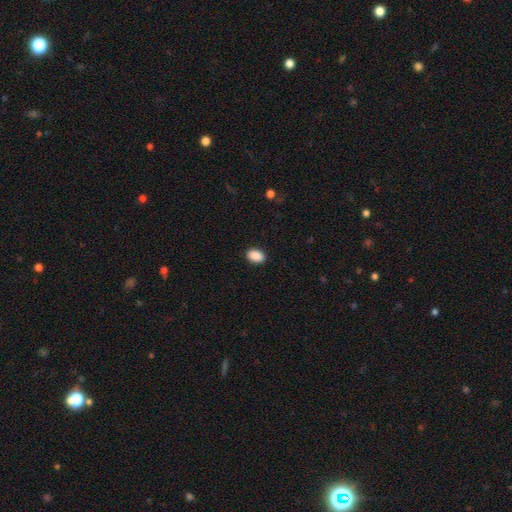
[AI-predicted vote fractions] Smooth or featured?
  - smooth: 90% *
  - star or artifact: 8%
  - featured or disk: 2%
How rounded?
  - in between: 83% *
  - round: 16%
  - cigar-shaped: 1%
Merging?
  - none: 89% *
  - minor disturbance: 8%
  - major disturbance: 2%
  - merger: 1%